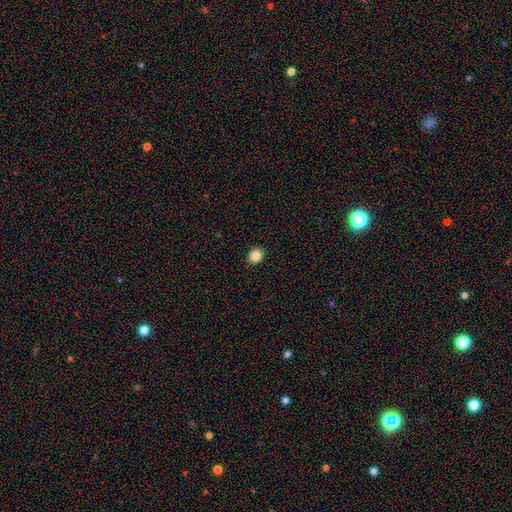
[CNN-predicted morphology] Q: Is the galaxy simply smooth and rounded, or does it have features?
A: smooth — 86%.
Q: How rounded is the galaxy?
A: round — 58%.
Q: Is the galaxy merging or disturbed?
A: none — 92%.